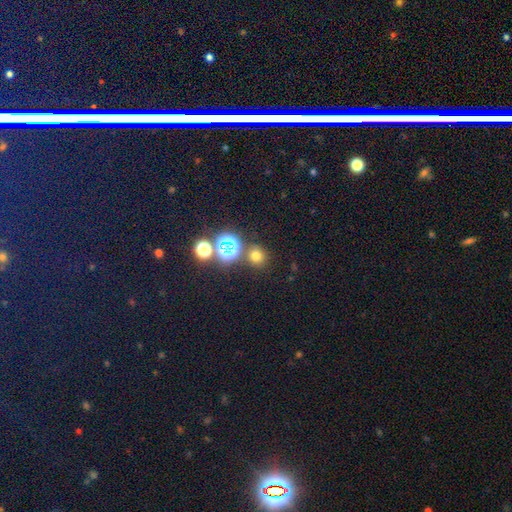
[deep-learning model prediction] This appears to be a smooth galaxy with no disk features (65%) that is round (88%). Merging: none (79%).